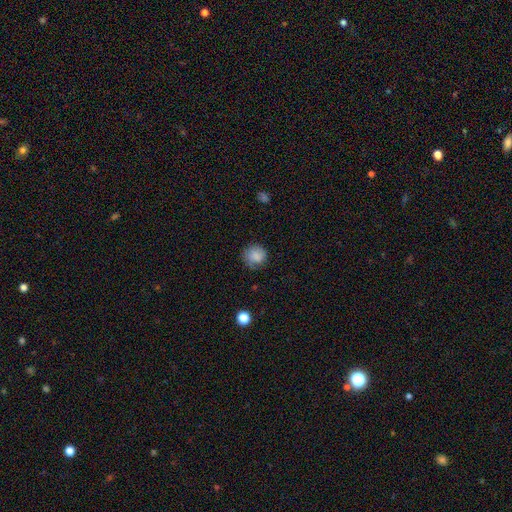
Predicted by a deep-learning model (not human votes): Smooth or featured? Predicted: smooth (p=0.81). How rounded? Predicted: round (p=0.87). Merging? Predicted: none (p=0.73).